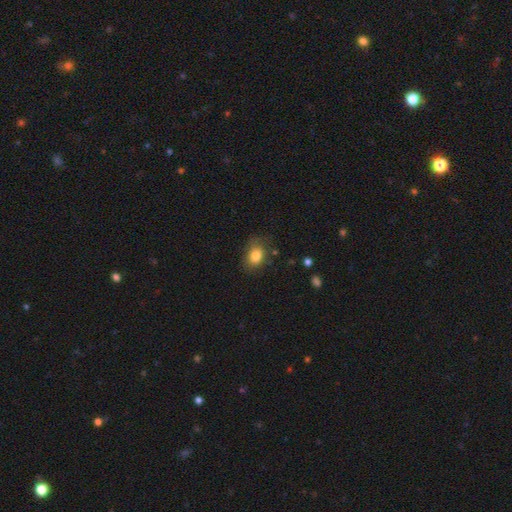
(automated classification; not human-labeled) smooth_or_featured: smooth (p=0.82) [alt: star or artifact p=0.09]
how_rounded: in between (p=0.68) [alt: round p=0.31]
merging: none (p=0.69) [alt: minor disturbance p=0.22]